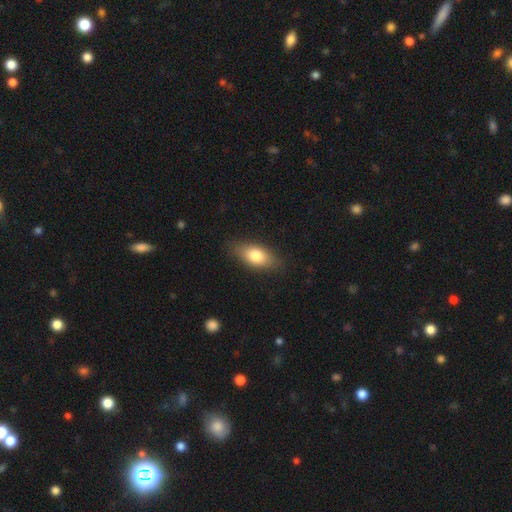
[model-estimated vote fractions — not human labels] A smooth galaxy with no disk features (77%) that is in between round and cigar-shaped (84%).

Vote fractions:
- Smooth or featured? smooth: 77% / featured or disk: 16% / star or artifact: 7%
- How rounded? in between: 84% / cigar-shaped: 11% / round: 5%
- Merging? none: 82% / minor disturbance: 14% / major disturbance: 3% / merger: 1%